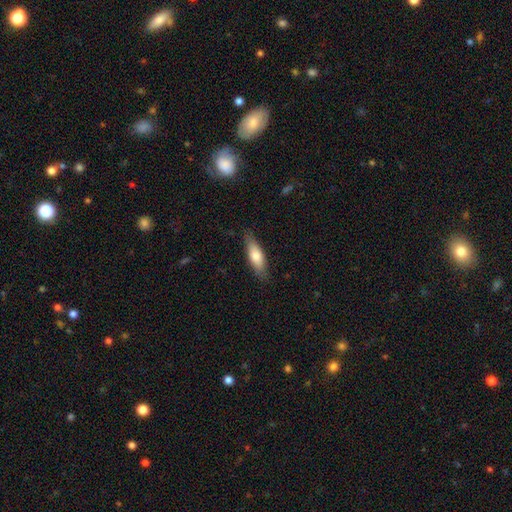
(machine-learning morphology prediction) type=smooth (71%); roundness=in between (50%); merging=none (81%).